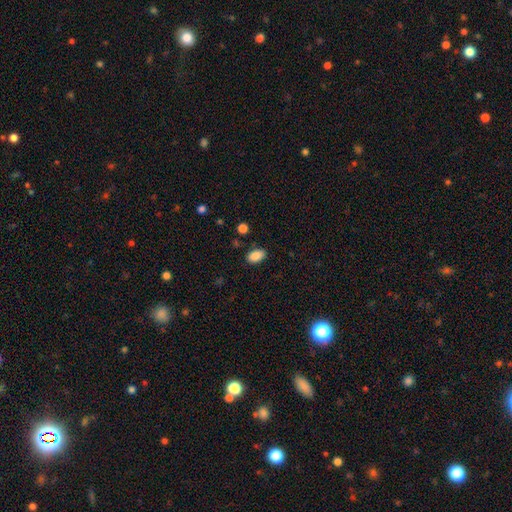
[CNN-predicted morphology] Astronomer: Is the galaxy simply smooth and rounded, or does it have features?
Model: smooth — 88%.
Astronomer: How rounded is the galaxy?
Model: in between — 92%.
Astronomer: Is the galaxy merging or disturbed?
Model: none — 84%.